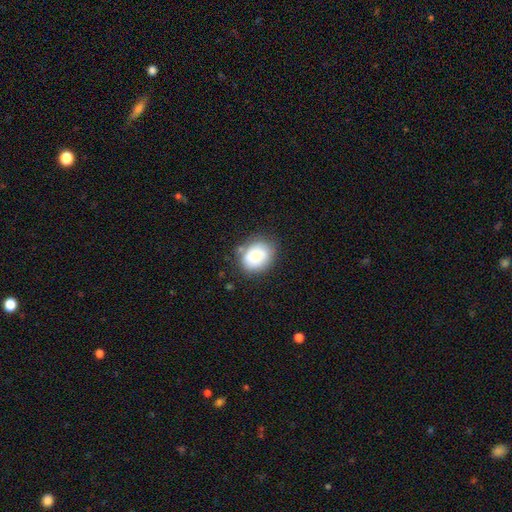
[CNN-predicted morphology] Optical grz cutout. It shows a smooth galaxy with no disk features (76%) that is in between round and cigar-shaped (56%). Merging: none (65%).